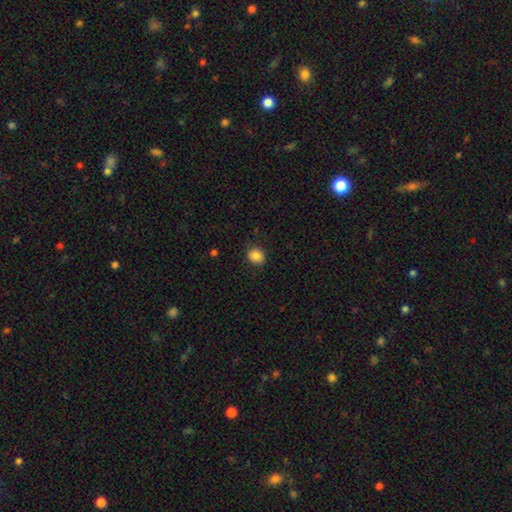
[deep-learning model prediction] smooth-or-featured: smooth: 87% | star or artifact: 10% | featured or disk: 3%
  how-rounded: round: 72% | in between: 27% | cigar-shaped: 1%
  merging: none: 86% | minor disturbance: 10% | major disturbance: 3% | merger: 1%